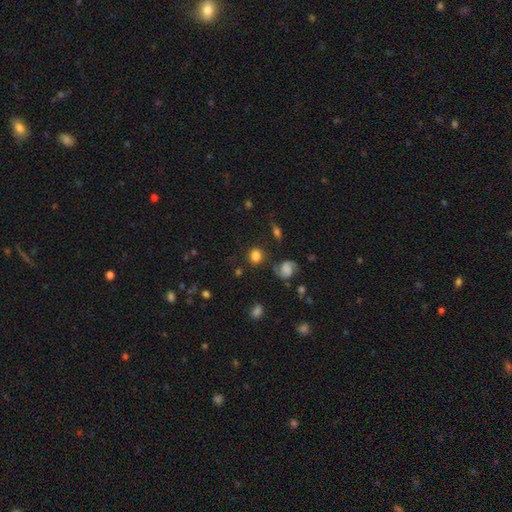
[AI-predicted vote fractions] Smooth or featured? smooth (76%)
How rounded? round (77%)
Merging? none (76%)